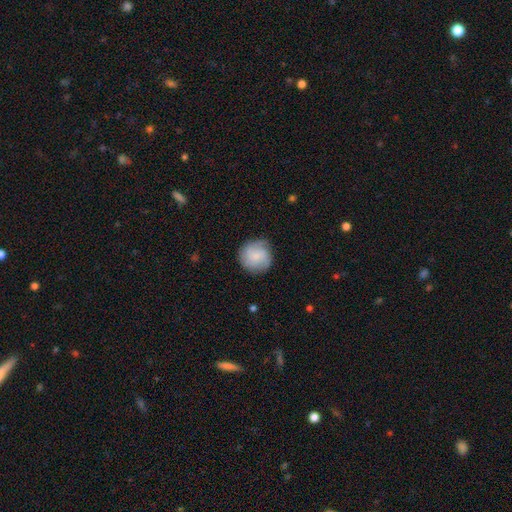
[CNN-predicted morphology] smooth-or-featured: smooth: 59% | featured or disk: 34% | star or artifact: 7%
  how-rounded: round: 91% | in between: 8% | cigar-shaped: 1%
  merging: none: 79% | minor disturbance: 15% | major disturbance: 5% | merger: 1%